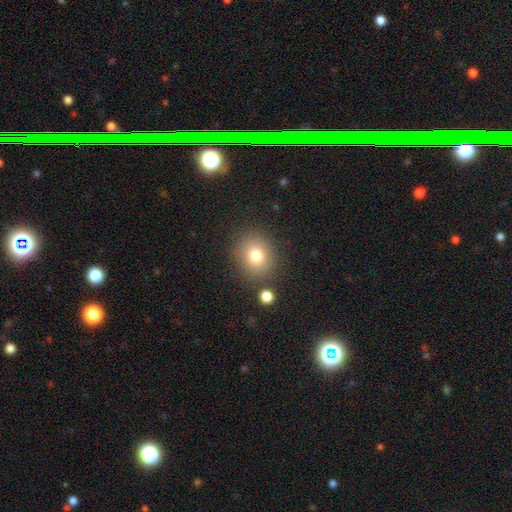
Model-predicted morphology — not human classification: smooth_or_featured: smooth (p=0.78) [alt: star or artifact p=0.13]
how_rounded: round (p=0.73) [alt: in between p=0.26]
merging: none (p=0.82) [alt: minor disturbance p=0.10]